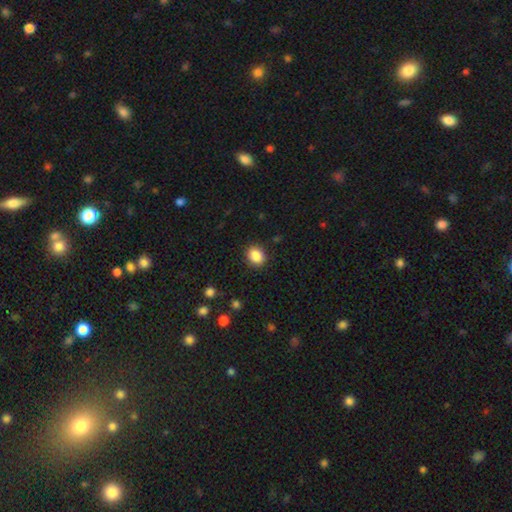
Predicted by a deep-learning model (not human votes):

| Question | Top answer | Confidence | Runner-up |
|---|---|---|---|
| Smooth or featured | smooth | 88% | star or artifact (9%) |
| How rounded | round | 53% | in between (46%) |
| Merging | none | 89% | minor disturbance (7%) |